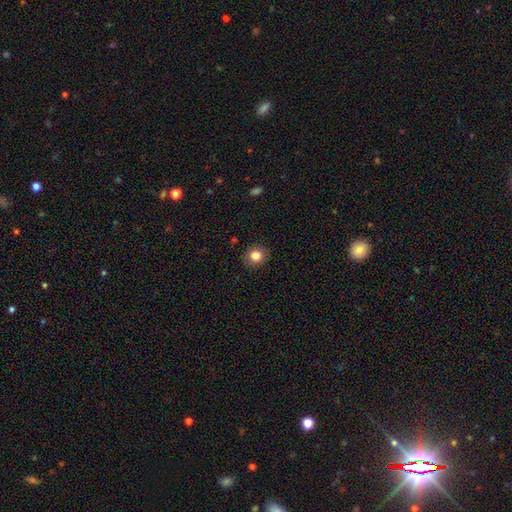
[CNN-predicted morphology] A smooth galaxy with no disk features (85%) that is round (85%). Merging: none (88%).